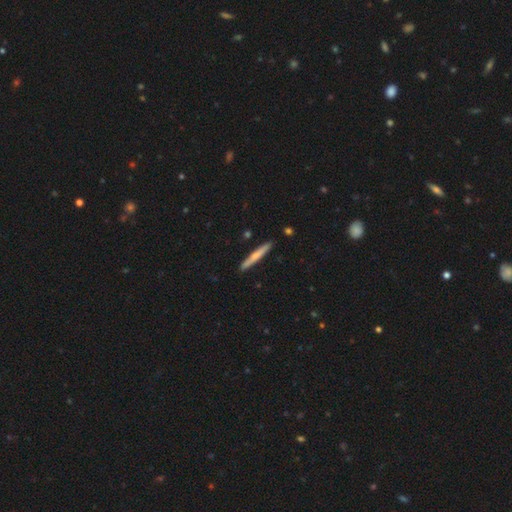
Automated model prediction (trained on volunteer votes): This appears to be a smooth galaxy with no disk features (59%) that is cigar-shaped (96%). Merging: none (90%).